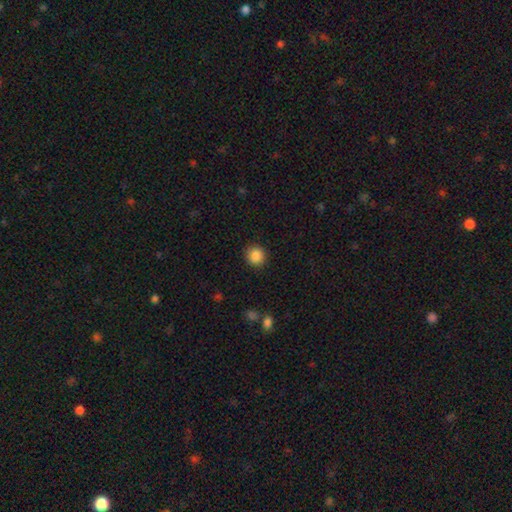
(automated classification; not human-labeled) smooth 87%, star or artifact 9%, featured or disk 3%. Down the decision tree: how rounded — round (91%); merging — none (91%).